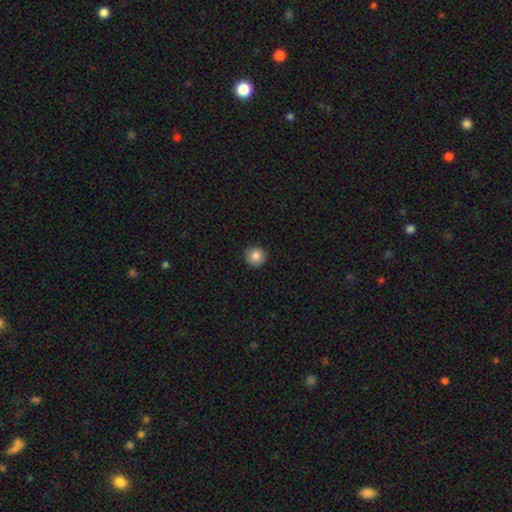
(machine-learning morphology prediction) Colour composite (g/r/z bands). It shows a smooth galaxy with no disk features (84%) that is round (93%). Merging: none (91%).